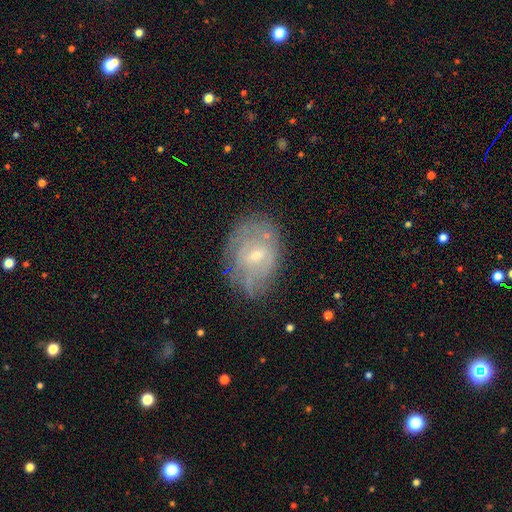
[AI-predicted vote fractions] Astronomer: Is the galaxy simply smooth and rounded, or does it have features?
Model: featured or disk — 60%.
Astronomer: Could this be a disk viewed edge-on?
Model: no — 96%.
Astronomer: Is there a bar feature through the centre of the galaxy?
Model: weak — 54% (runner-up: no, 37%).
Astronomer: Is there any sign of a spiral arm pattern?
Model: yes — 59% (runner-up: no, 41%).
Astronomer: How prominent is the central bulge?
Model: moderate — 47% (runner-up: small, 42%).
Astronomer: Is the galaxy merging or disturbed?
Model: none — 57%.